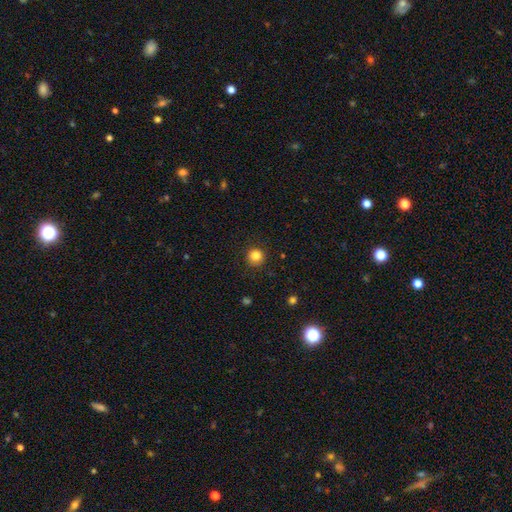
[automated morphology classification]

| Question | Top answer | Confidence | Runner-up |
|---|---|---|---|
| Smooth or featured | smooth | 84% | star or artifact (11%) |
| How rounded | round | 94% | in between (5%) |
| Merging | none | 89% | minor disturbance (8%) |